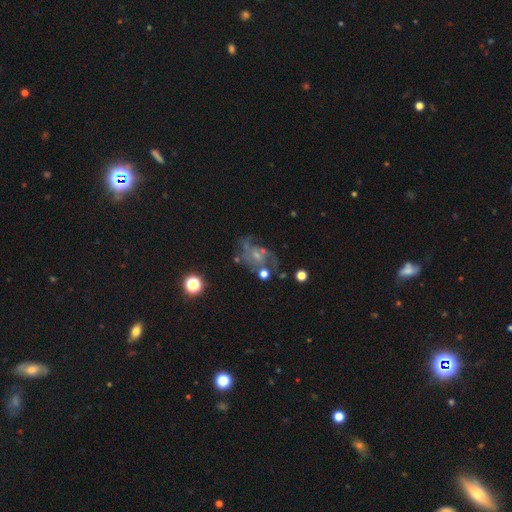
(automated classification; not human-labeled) featured or disk 70%, smooth 15%, star or artifact 15%. Down the decision tree: edge-on disk — no (97%); bar — no (67%); spiral arms — yes (80%); spiral arm count — 2 (40%); spiral winding — medium (48%); bulge size — small (58%); merging — none (47%).